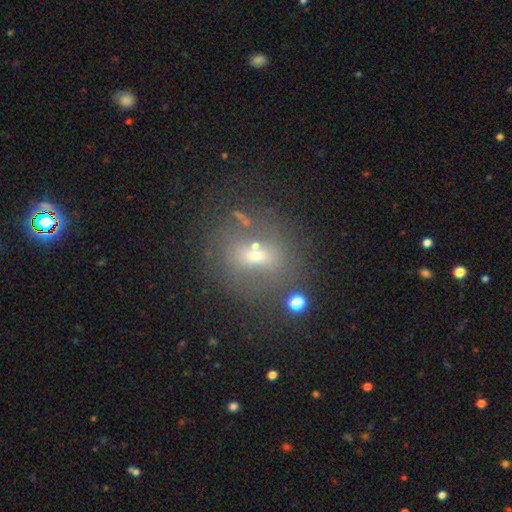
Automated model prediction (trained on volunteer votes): A smooth galaxy with no disk features (52%) that is round (56%).

Vote fractions:
- Smooth or featured? smooth: 52% / featured or disk: 25% / star or artifact: 24%
- How rounded? round: 56% / in between: 41% / cigar-shaped: 3%
- Merging? none: 61% / minor disturbance: 16% / merger: 13% / major disturbance: 9%